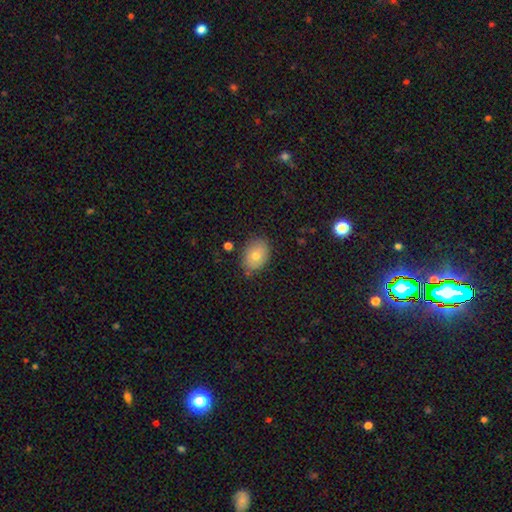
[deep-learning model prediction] Overall: smooth (73%). How rounded: in between (75%). Merging: none (81%).